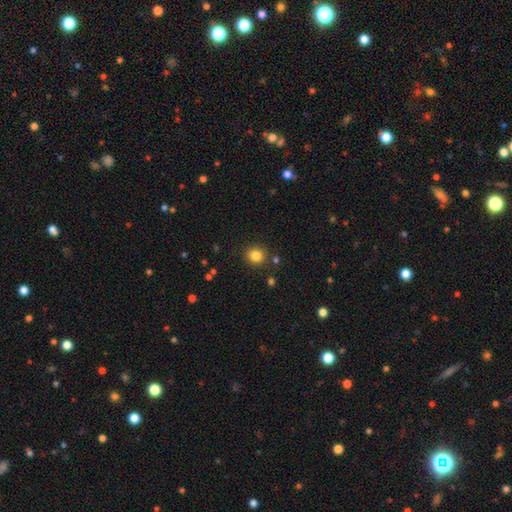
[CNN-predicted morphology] Smooth or featured? Predicted: smooth (p=0.83). How rounded? Predicted: round (p=0.85). Merging? Predicted: none (p=0.88).